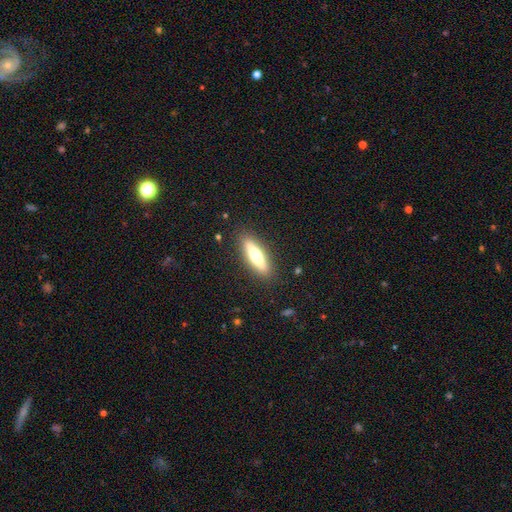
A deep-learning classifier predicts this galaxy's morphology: smooth_or_featured: featured or disk (p=0.48) [alt: smooth p=0.46]
merging: none (p=0.89) [alt: minor disturbance p=0.08]